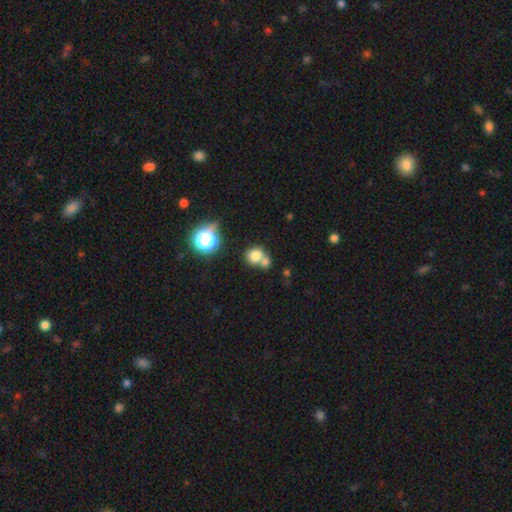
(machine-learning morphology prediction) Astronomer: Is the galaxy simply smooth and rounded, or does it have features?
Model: smooth — 75%.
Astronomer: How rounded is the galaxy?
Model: round — 77%.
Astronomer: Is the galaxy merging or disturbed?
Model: merger — 44% (runner-up: none, 43%).